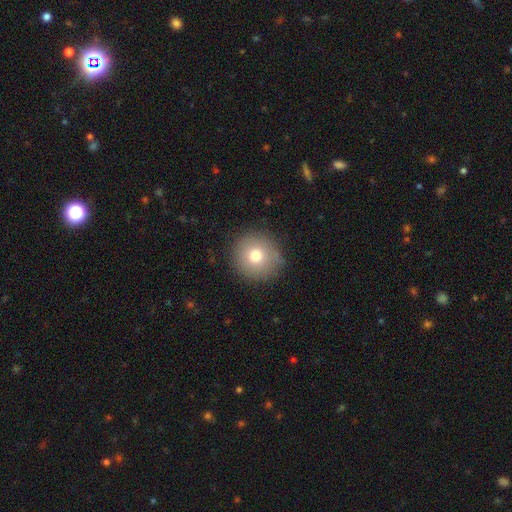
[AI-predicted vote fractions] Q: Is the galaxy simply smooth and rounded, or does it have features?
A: smooth — 75%.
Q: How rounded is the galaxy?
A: round — 94%.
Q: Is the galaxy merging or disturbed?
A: none — 88%.